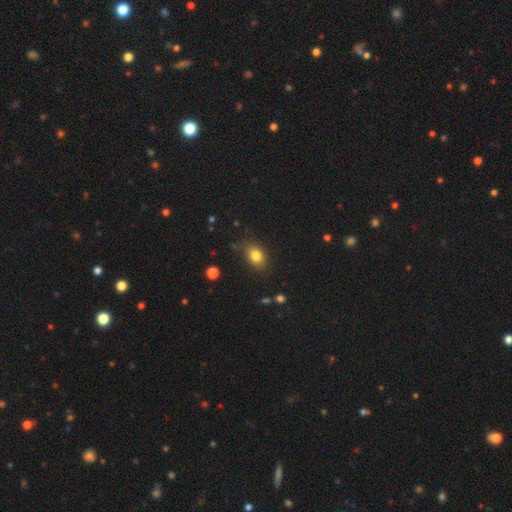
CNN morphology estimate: This appears to be a smooth galaxy with no disk features (82%) that is in between round and cigar-shaped (69%). Merging: none (78%).